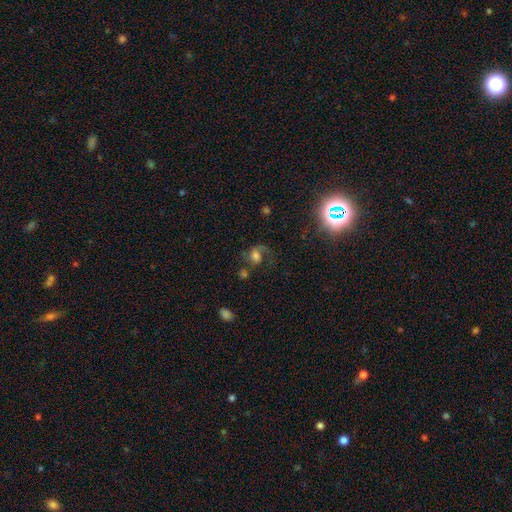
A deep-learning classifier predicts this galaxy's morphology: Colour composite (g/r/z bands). It shows a featured or disk galaxy (50%). Merging: none (42%).